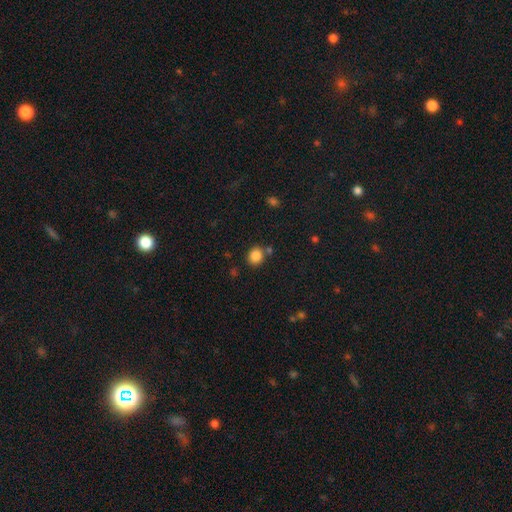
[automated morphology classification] Overall: smooth (85%). How rounded: round (71%). Merging: none (75%).